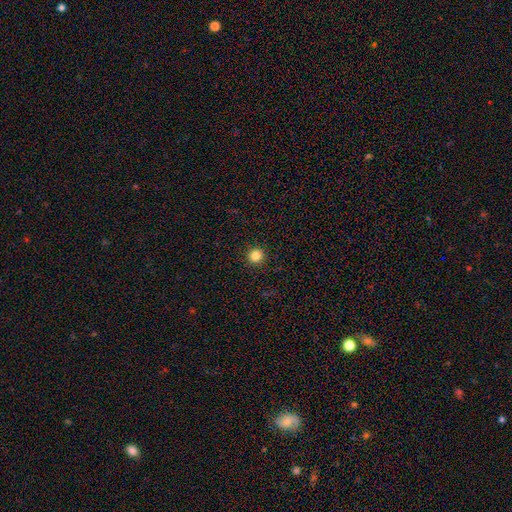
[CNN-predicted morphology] Q: Smooth or featured?
A: smooth (84%); runner-up: star or artifact (12%)
Q: How rounded?
A: round (96%); runner-up: in between (3%)
Q: Merging?
A: none (93%); runner-up: minor disturbance (4%)